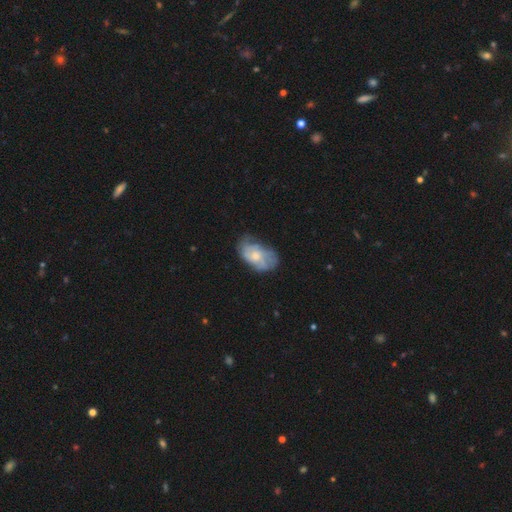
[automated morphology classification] A featured or disk galaxy (55%) with no bar (77%), spiral arms (67%) and a moderate central bulge (50%). Merging: none (53%).